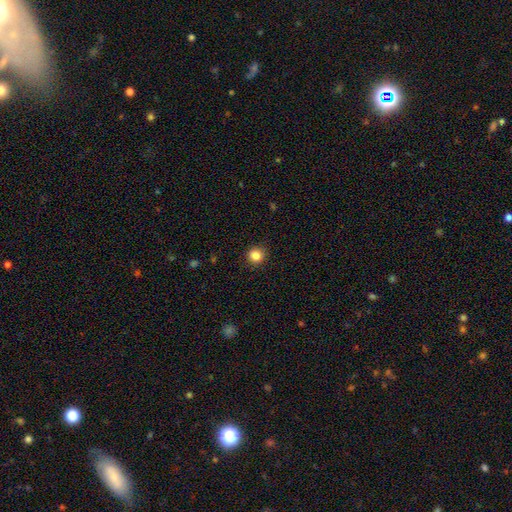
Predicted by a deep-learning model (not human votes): smooth_or_featured: smooth (p=0.85) [alt: star or artifact p=0.11]
how_rounded: round (p=0.93) [alt: in between p=0.06]
merging: none (p=0.90) [alt: minor disturbance p=0.07]